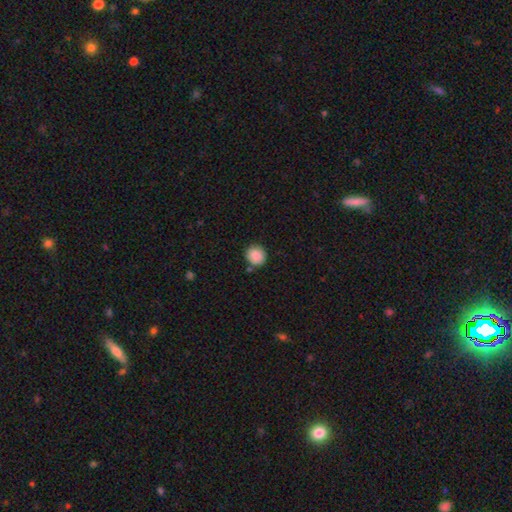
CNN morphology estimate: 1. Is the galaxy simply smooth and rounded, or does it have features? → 88% smooth, 8% star or artifact, 3% featured or disk.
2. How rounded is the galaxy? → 89% round, 10% in between, 1% cigar-shaped.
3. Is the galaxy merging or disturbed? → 82% none, 10% minor disturbance, 5% merger, 3% major disturbance.